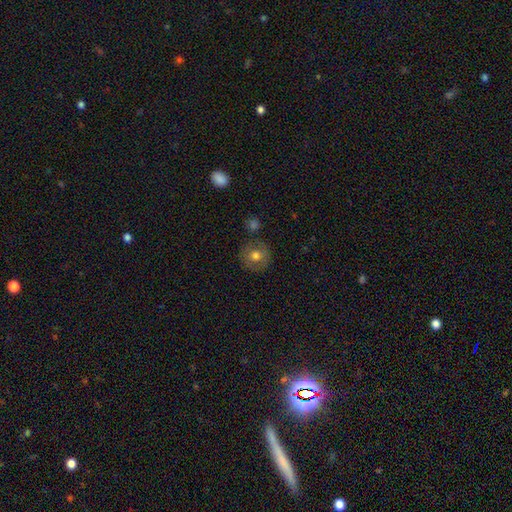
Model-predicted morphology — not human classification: smooth 66%, featured or disk 25%, star or artifact 9%. Down the decision tree: how rounded — round (92%); merging — none (82%).